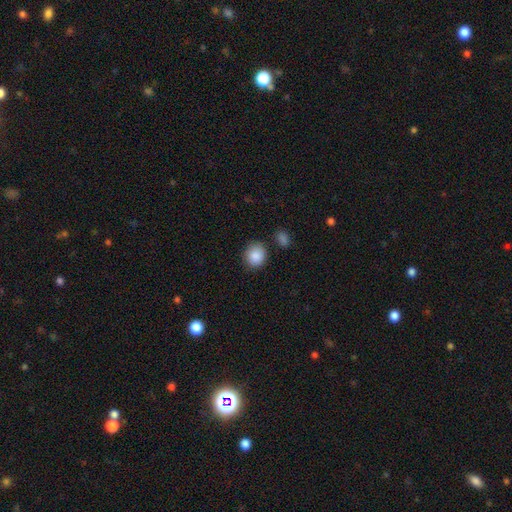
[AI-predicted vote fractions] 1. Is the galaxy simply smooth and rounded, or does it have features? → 88% smooth, 8% star or artifact, 4% featured or disk.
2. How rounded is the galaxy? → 73% round, 26% in between, 1% cigar-shaped.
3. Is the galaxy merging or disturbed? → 80% none, 12% minor disturbance, 5% merger, 3% major disturbance.